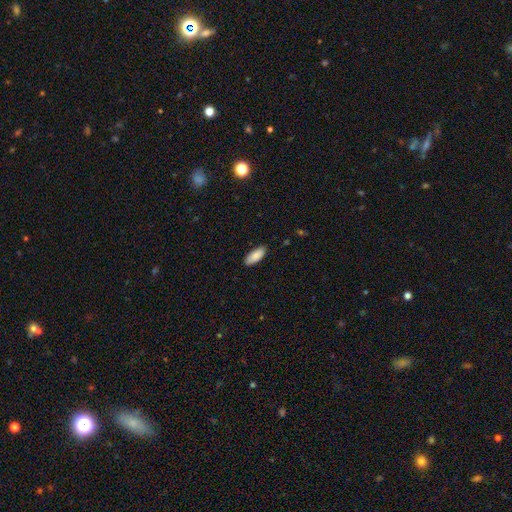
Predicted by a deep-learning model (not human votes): Overall: smooth (86%). How rounded: in between (83%). Merging: none (86%).